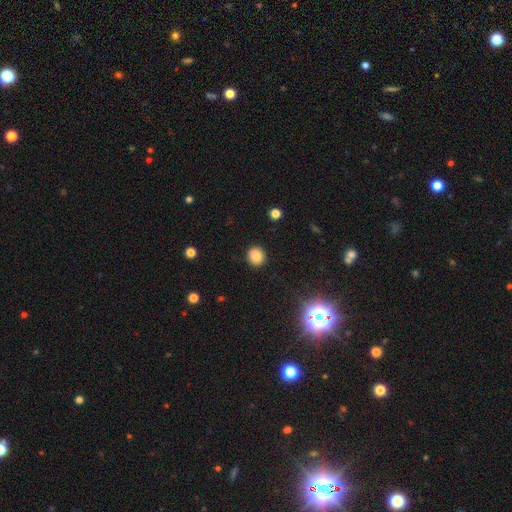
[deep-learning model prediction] This is clearly a smooth galaxy (84%). How rounded: likely round (76%). Merging: clearly none (87%).